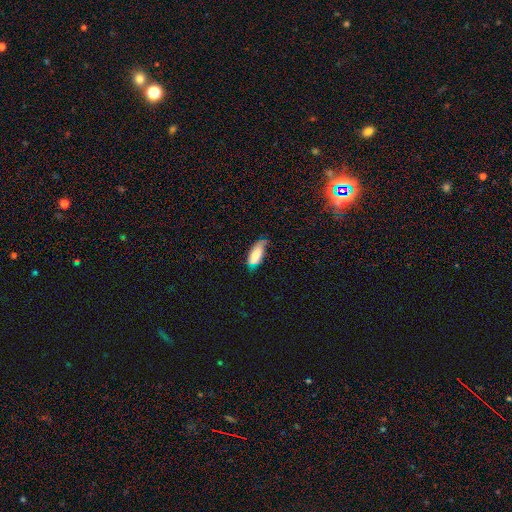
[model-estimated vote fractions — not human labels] Smooth or featured? smooth (75%)
How rounded? in between (75%)
Merging? none (45%)